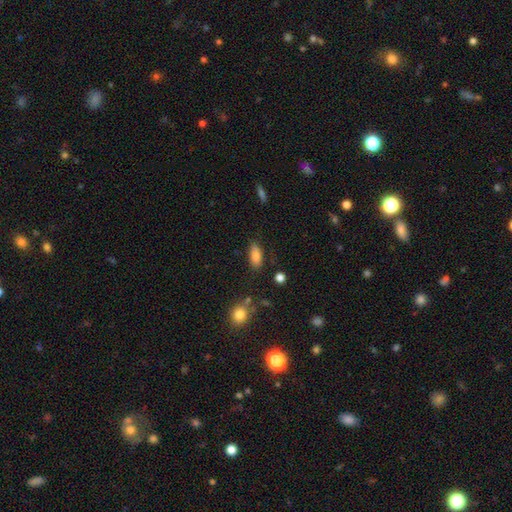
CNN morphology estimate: Smooth or featured: smooth — 84% (star or artifact — 8%)
How rounded: in between — 82% (cigar-shaped — 15%)
Merging: none — 79% (minor disturbance — 15%)